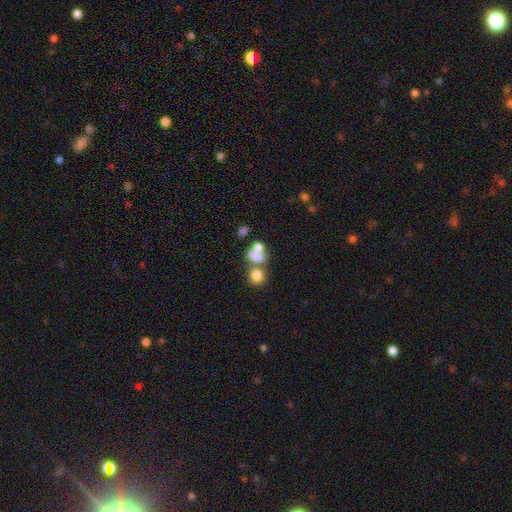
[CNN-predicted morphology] The model was most divided on "how rounded": in between: 55%, round: 43%, cigar-shaped: 2%. More confident: smooth or featured — smooth (68%); merging — merger (54%).